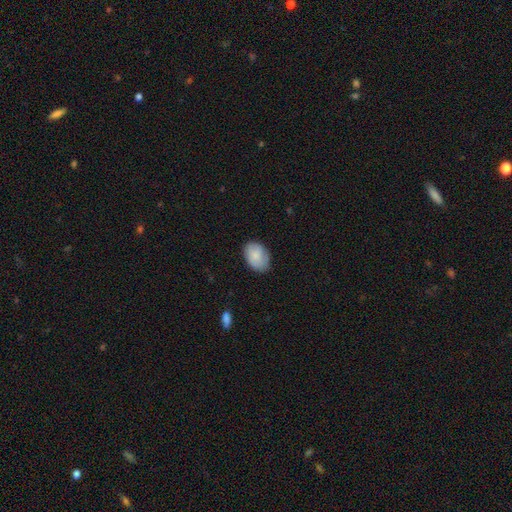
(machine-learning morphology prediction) smooth_or_featured: smooth (p=0.78) [alt: featured or disk p=0.15]
how_rounded: in between (p=0.83) [alt: round p=0.16]
merging: none (p=0.74) [alt: minor disturbance p=0.21]